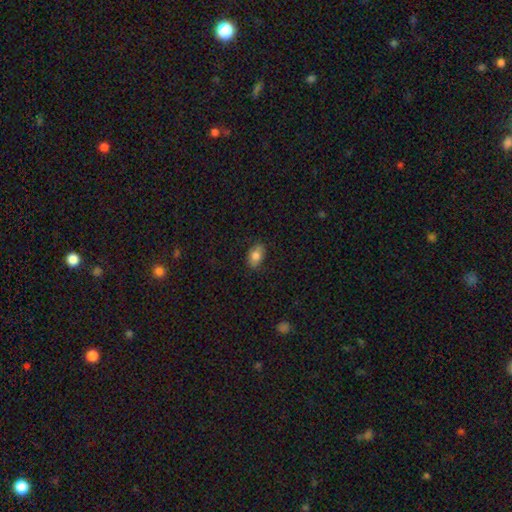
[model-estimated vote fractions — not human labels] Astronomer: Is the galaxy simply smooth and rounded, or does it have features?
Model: smooth — 81%.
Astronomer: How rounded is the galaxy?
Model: in between — 86%.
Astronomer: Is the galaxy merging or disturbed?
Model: none — 80%.